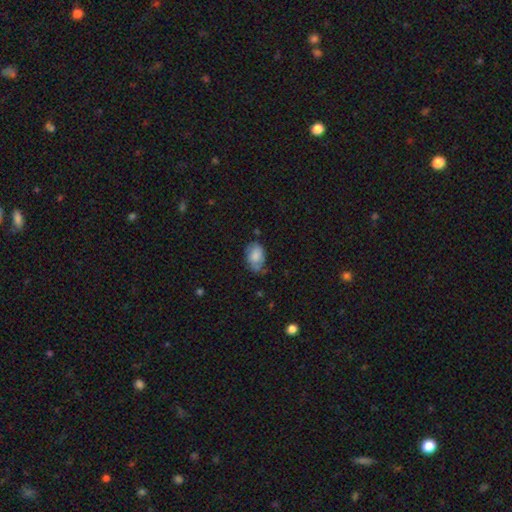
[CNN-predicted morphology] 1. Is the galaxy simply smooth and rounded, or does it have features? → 77% smooth, 16% featured or disk, 7% star or artifact.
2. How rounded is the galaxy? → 88% in between, 11% round, 1% cigar-shaped.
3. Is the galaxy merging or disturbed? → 56% none, 32% minor disturbance, 8% major disturbance, 3% merger.